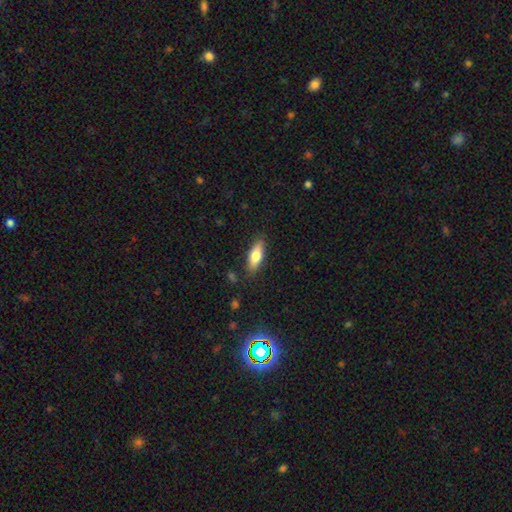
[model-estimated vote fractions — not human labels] Smooth or featured? Predicted: smooth (p=0.72). How rounded? Predicted: in between (p=0.65). Merging? Predicted: none (p=0.85).